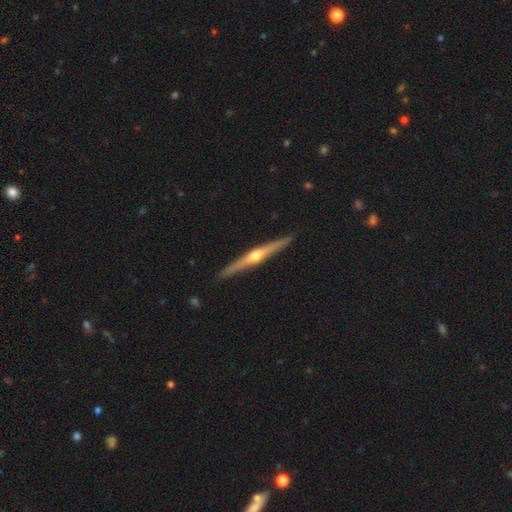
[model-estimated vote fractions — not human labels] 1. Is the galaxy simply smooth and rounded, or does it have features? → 78% featured or disk, 17% smooth, 5% star or artifact.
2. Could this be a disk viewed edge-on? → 98% yes, 2% no.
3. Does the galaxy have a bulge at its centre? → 90% rounded, 7% none, 3% boxy.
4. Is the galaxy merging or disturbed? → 91% none, 7% minor disturbance, 1% major disturbance, 1% merger.